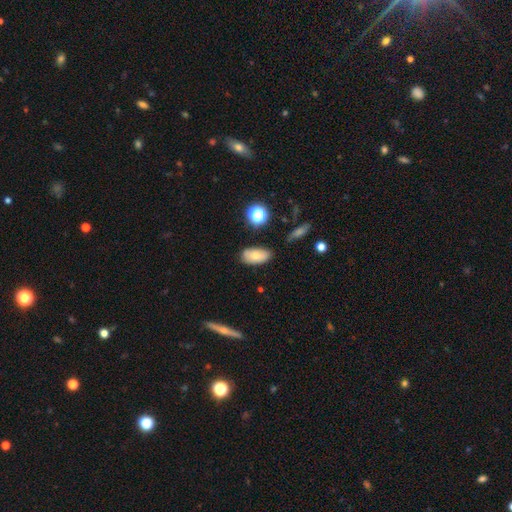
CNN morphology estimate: Overall: smooth (73%). How rounded: in between (91%). Merging: none (77%).